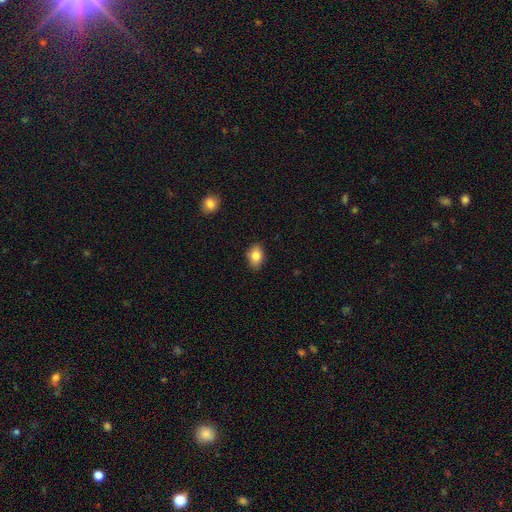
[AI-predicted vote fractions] Overall: smooth (83%). How rounded: in between (78%). Merging: none (87%).